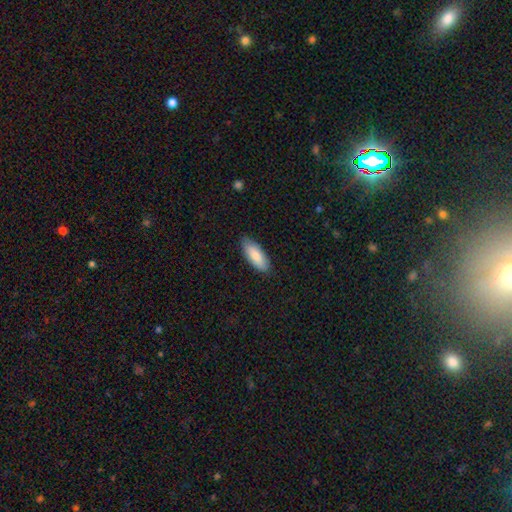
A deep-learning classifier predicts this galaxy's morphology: smooth 85%, featured or disk 9%, star or artifact 5%. Down the decision tree: how rounded — in between (78%); merging — none (85%).